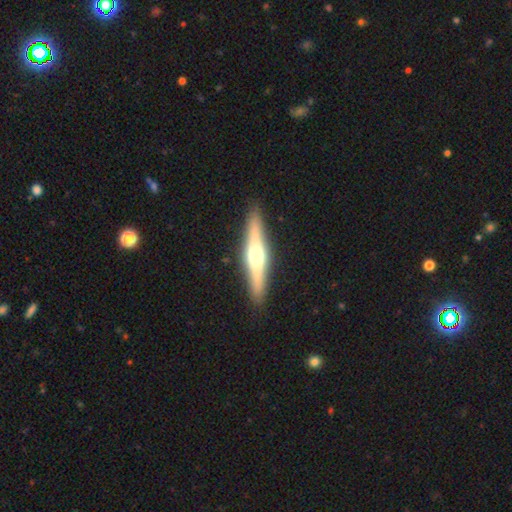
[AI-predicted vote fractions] Q: Smooth or featured?
A: featured or disk (66%); runner-up: smooth (29%)
Q: Edge-on disk?
A: yes (96%); runner-up: no (4%)
Q: Edge-on bulge?
A: rounded (93%); runner-up: boxy (4%)
Q: Merging?
A: none (91%); runner-up: minor disturbance (7%)